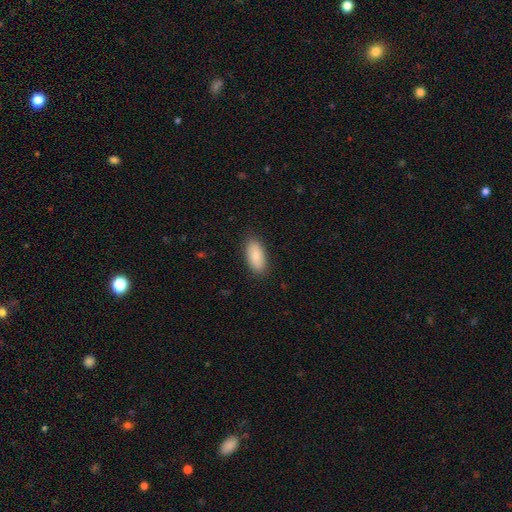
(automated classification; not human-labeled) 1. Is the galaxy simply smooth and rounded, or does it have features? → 86% smooth, 7% featured or disk, 6% star or artifact.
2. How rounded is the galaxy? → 91% in between, 7% cigar-shaped, 2% round.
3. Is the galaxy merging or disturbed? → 87% none, 10% minor disturbance, 2% major disturbance, 1% merger.